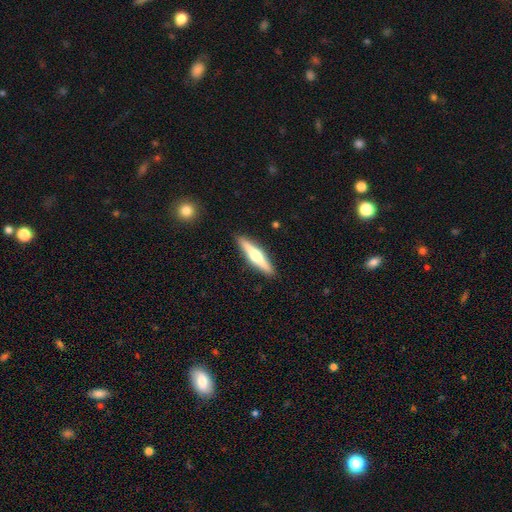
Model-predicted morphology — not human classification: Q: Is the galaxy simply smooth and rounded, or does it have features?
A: featured or disk — 65%.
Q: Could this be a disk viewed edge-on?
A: yes — 97%.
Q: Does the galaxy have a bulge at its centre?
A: rounded — 94%.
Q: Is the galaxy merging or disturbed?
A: none — 91%.